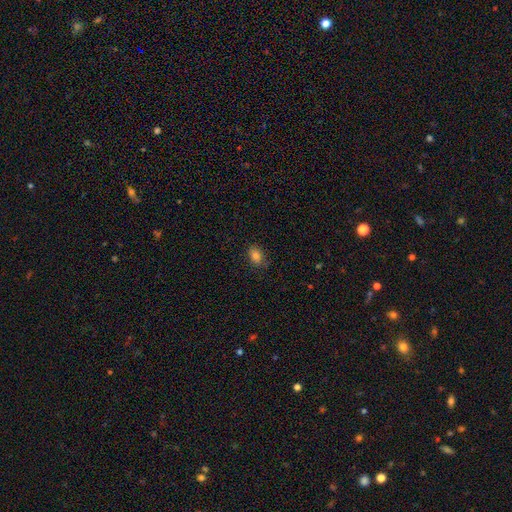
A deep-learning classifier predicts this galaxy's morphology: This appears to be a smooth galaxy with no disk features (84%) that is in between round and cigar-shaped (80%). Merging: none (80%).